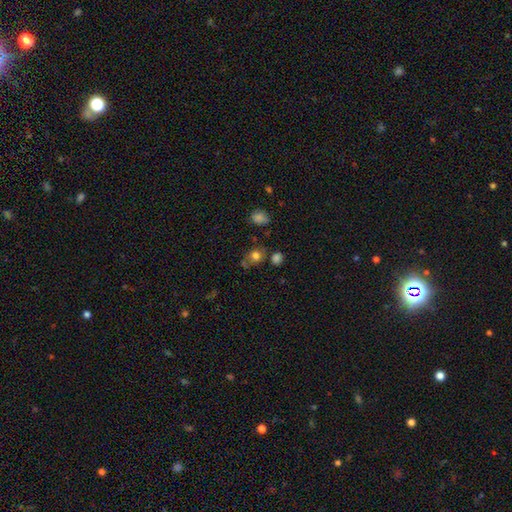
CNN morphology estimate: This appears to be a smooth galaxy with no disk features (76%) that is round (61%). Merging: none (59%).